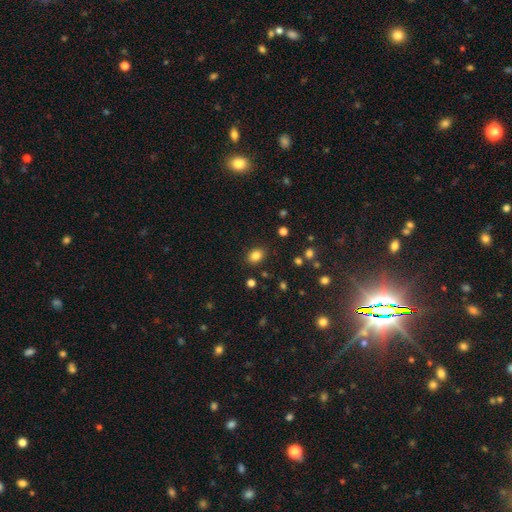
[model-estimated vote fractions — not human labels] Smooth or featured: smooth — 83% (star or artifact — 11%)
How rounded: in between — 61% (round — 38%)
Merging: none — 87% (minor disturbance — 9%)